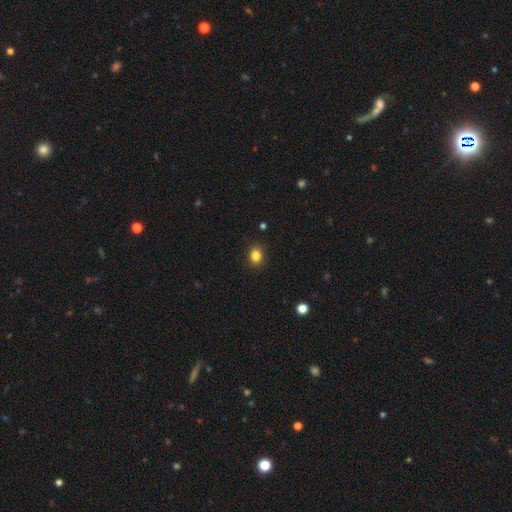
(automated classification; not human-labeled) Smooth or featured?
  - smooth: 84% *
  - star or artifact: 11%
  - featured or disk: 5%
How rounded?
  - round: 60% *
  - in between: 39%
  - cigar-shaped: 1%
Merging?
  - none: 86% *
  - minor disturbance: 10%
  - major disturbance: 2%
  - merger: 1%